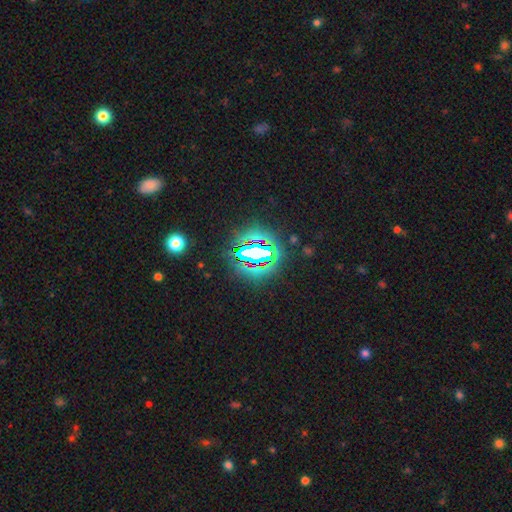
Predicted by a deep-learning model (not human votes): Q: Smooth or featured?
A: star or artifact (73%); runner-up: smooth (16%)